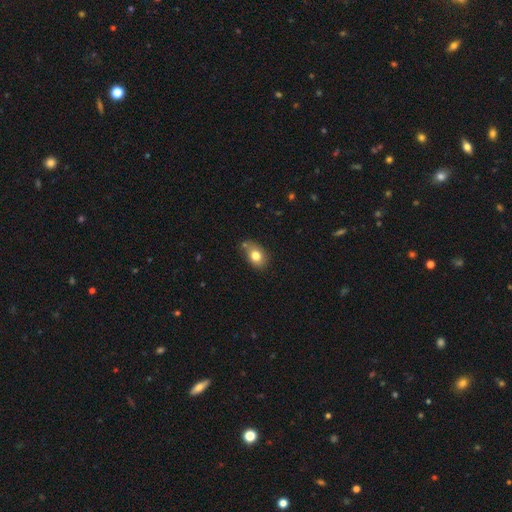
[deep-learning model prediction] The model was most divided on "merging": none: 61%, minor disturbance: 24%, merger: 9%, major disturbance: 5%. More confident: smooth or featured — smooth (78%); how rounded — in between (72%).